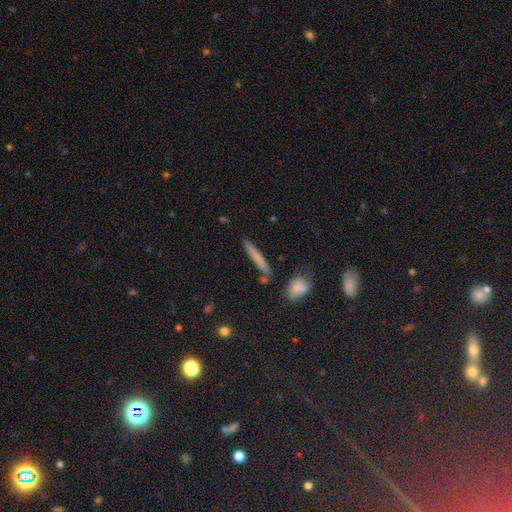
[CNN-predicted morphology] This appears to be a smooth galaxy with no disk features (64%) that is cigar-shaped (92%). Merging: none (81%).